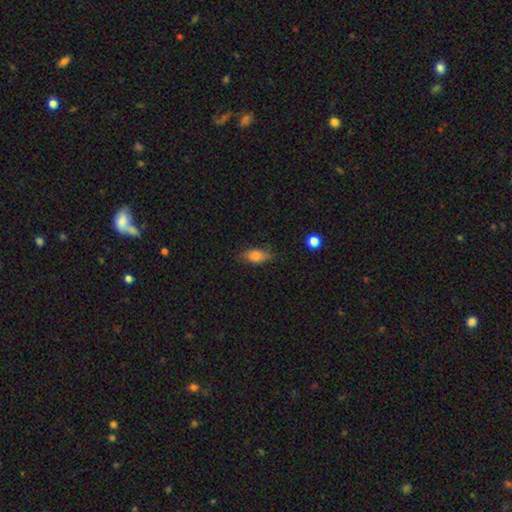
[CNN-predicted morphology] The model was most divided on "merging": none: 75%, minor disturbance: 20%, major disturbance: 4%, merger: 1%. More confident: how rounded — in between (83%); smooth or featured — smooth (79%).